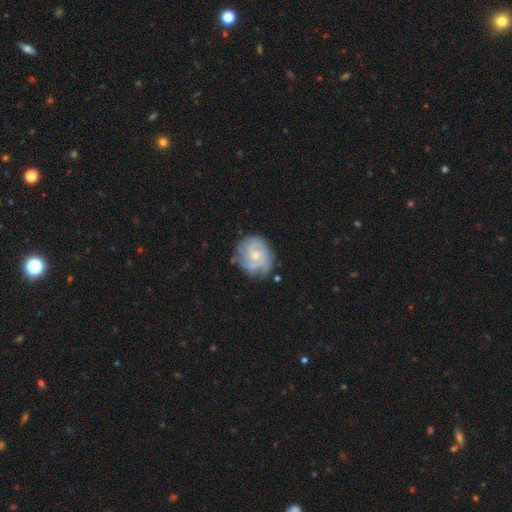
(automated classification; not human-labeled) Smooth or featured: featured or disk — 72% (smooth — 22%)
Edge-on disk: no — 98% (yes — 2%)
Bar: no — 70% (weak — 27%)
Spiral arms: yes — 87% (no — 13%)
Spiral winding: tight — 56% (medium — 33%)
Spiral arm count: can't tell — 41% (3 — 20%)
Bulge size: small — 54% (moderate — 38%)
Merging: none — 69% (minor disturbance — 20%)